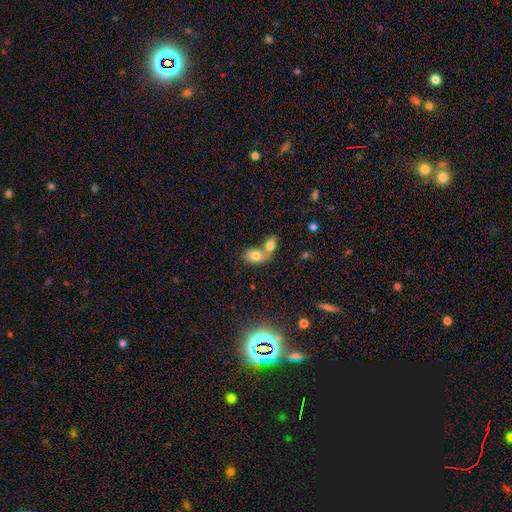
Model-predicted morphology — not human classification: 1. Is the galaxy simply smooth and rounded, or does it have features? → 75% smooth, 15% featured or disk, 9% star or artifact.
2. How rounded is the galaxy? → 76% in between, 22% round, 2% cigar-shaped.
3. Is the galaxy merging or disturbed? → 68% merger, 22% none, 6% minor disturbance, 4% major disturbance.